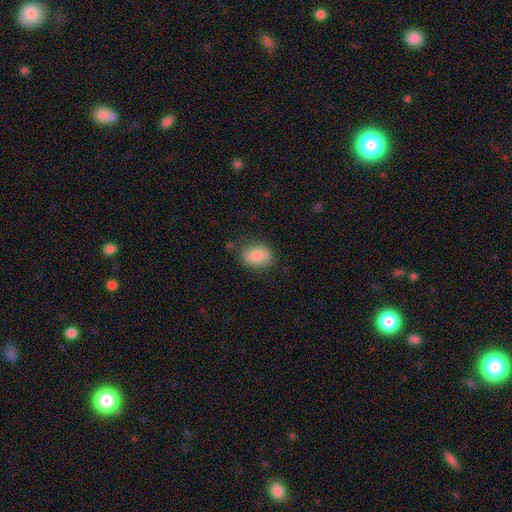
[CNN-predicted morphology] smooth 82%, featured or disk 10%, star or artifact 7%. Down the decision tree: how rounded — in between (64%); merging — none (77%).